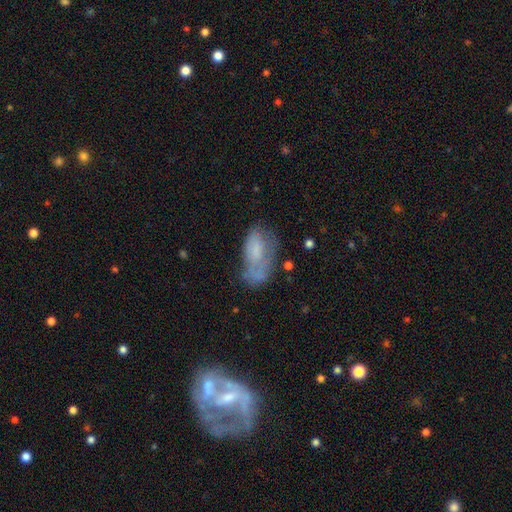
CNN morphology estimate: Overall: smooth (54%; featured or disk 35%). How rounded: in between (89%). Merging: none (40%; minor disturbance 30%).